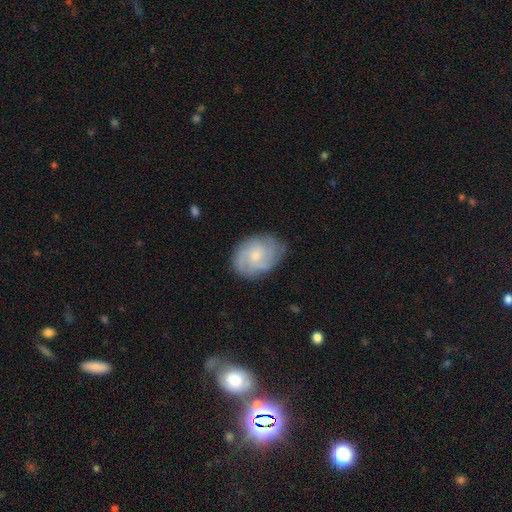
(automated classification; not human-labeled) Morphology: type=featured or disk (72%); edge-on=no (97%); bar=no (69%); spiral arms=yes (93%); winding=tight (49%); arm count=3 (30%); bulge=small (64%); merging=none (76%).